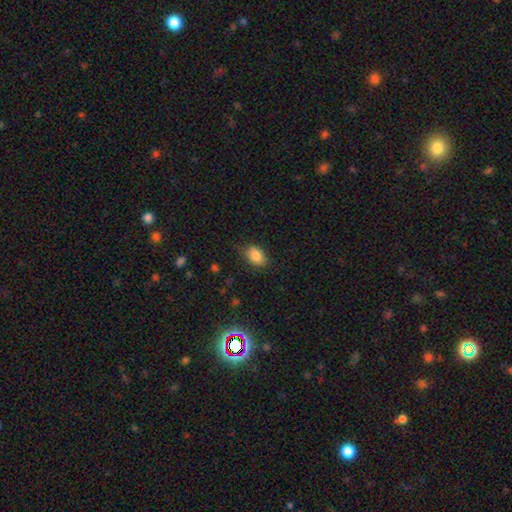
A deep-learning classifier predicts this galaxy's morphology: Overall: smooth (84%). How rounded: in between (86%). Merging: none (76%).